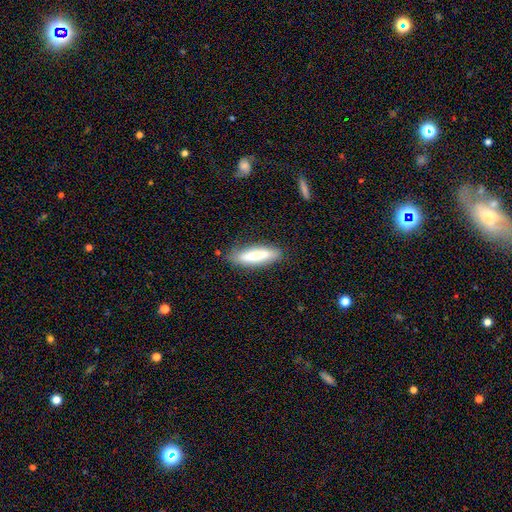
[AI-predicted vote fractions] Smooth or featured: smooth — 72% (featured or disk — 22%)
How rounded: cigar-shaped — 63% (in between — 36%)
Merging: none — 82% (minor disturbance — 14%)